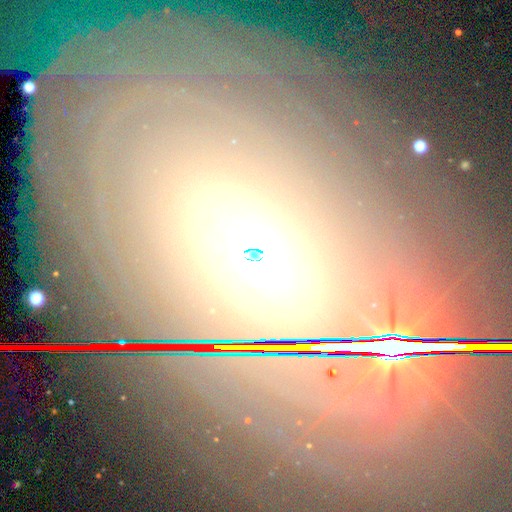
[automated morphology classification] A featured or disk galaxy (40%).

Vote fractions:
- Smooth or featured? featured or disk: 40% / star or artifact: 31% / smooth: 29%
- Merging? none: 83% / minor disturbance: 10% / major disturbance: 5% / merger: 2%